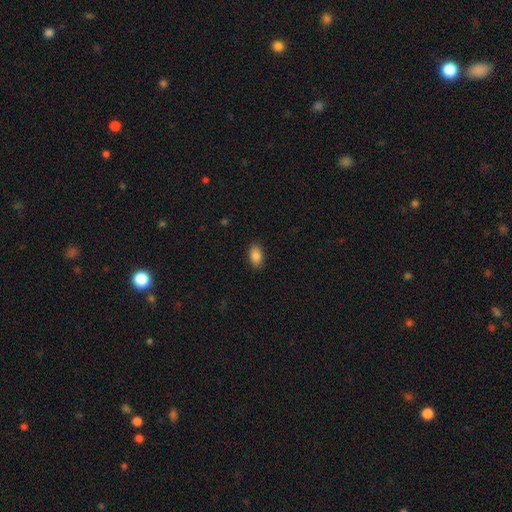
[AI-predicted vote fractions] smooth-or-featured: smooth: 86% | star or artifact: 8% | featured or disk: 5%
  how-rounded: in between: 90% | round: 7% | cigar-shaped: 2%
  merging: none: 88% | minor disturbance: 9% | major disturbance: 2% | merger: 1%